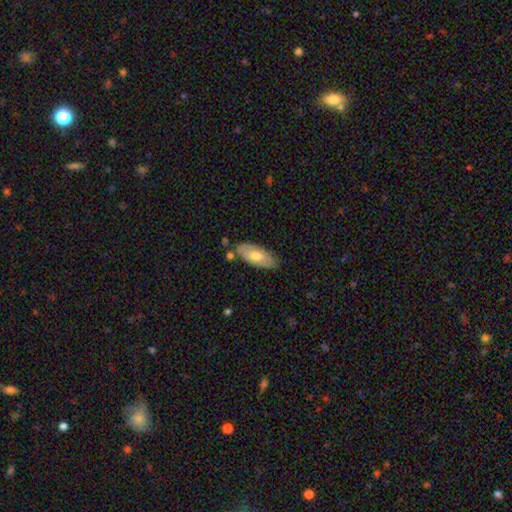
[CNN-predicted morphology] This appears to be a smooth galaxy with no disk features (67%) that is in between round and cigar-shaped (86%). Merging: none (76%).